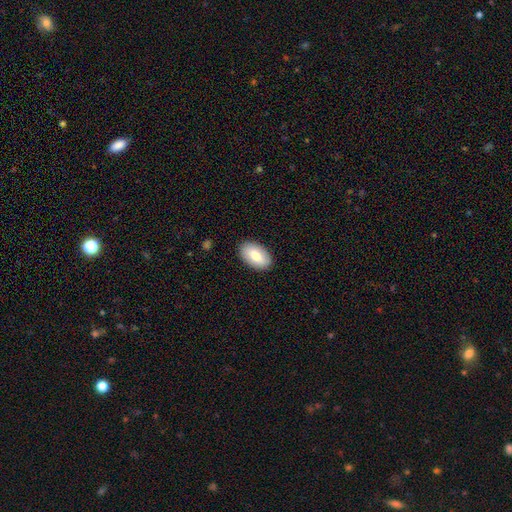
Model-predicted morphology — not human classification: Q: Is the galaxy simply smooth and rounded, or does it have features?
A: smooth — 75%.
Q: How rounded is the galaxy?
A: in between — 94%.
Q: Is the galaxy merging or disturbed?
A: none — 89%.